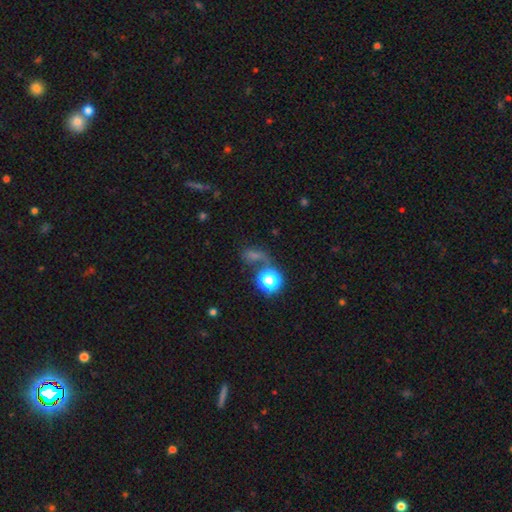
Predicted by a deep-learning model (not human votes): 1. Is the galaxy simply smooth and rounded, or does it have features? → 42% smooth, 39% star or artifact, 19% featured or disk.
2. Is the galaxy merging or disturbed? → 45% none, 23% merger, 18% major disturbance, 14% minor disturbance.